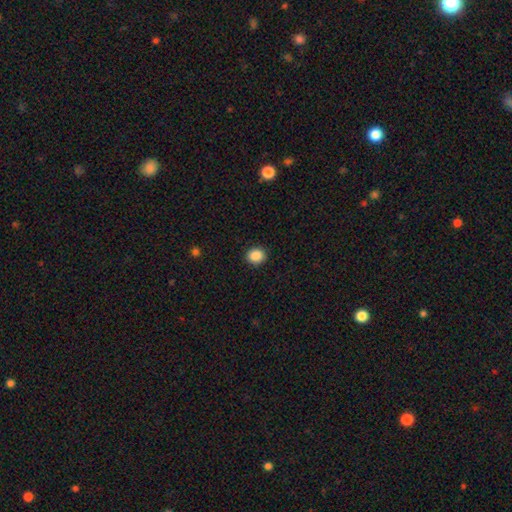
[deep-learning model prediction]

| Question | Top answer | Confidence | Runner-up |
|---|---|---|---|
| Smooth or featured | smooth | 88% | star or artifact (9%) |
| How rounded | round | 75% | in between (24%) |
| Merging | none | 91% | minor disturbance (6%) |